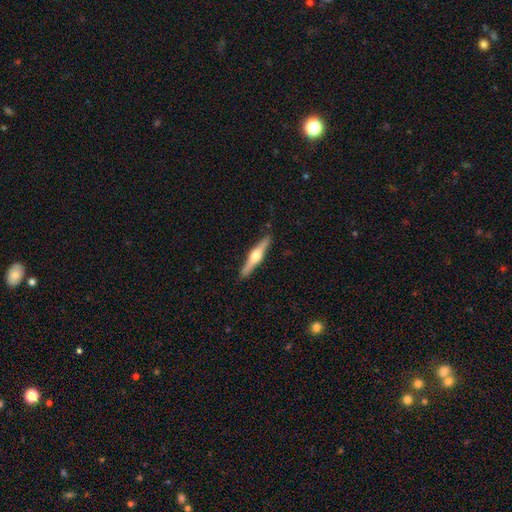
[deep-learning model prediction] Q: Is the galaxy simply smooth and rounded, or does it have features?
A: featured or disk — 70%.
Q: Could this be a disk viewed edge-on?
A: yes — 98%.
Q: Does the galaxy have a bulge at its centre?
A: rounded — 94%.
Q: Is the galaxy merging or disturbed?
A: none — 90%.